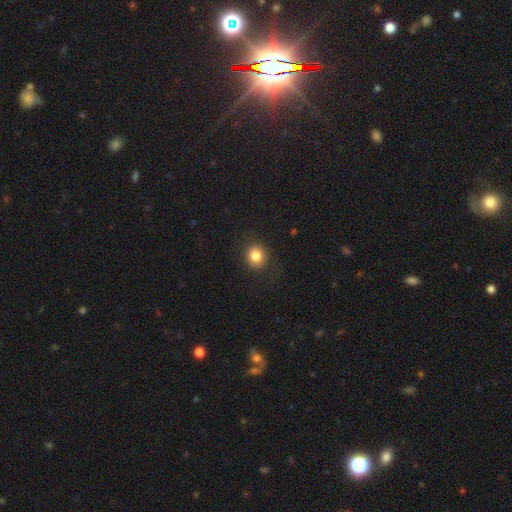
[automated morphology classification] type=smooth (83%); roundness=round (84%); merging=none (87%).